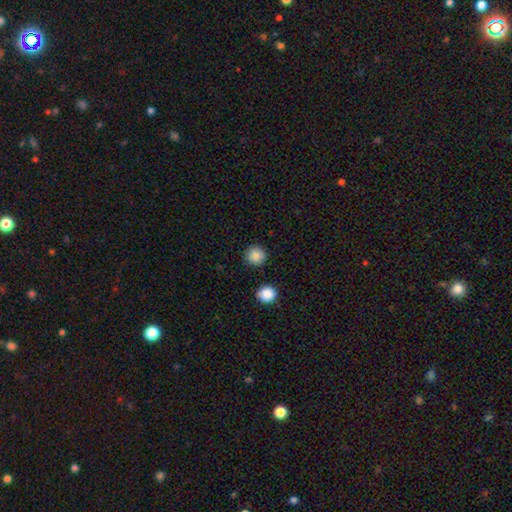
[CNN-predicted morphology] Smooth or featured? Predicted: smooth (p=0.87). How rounded? Predicted: round (p=0.94). Merging? Predicted: none (p=0.89).